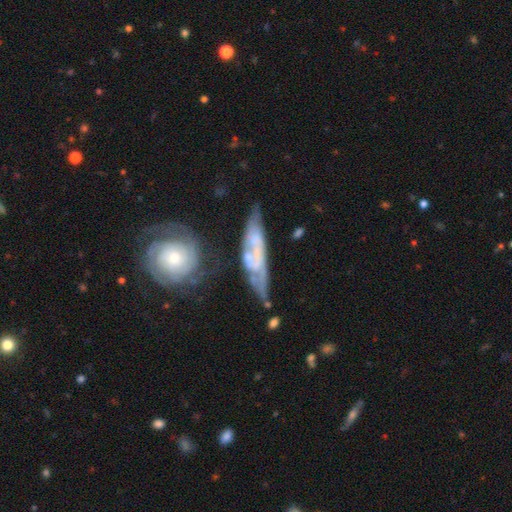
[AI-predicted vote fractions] smooth_or_featured: featured or disk (p=0.70) [alt: smooth p=0.23]
disk_edge_on: no (p=0.73) [alt: yes p=0.27]
bar: no (p=0.64) [alt: weak p=0.26]
has_spiral_arms: yes (p=0.73) [alt: no p=0.27]
bulge_size: small (p=0.51) [alt: none p=0.22]
merging: none (p=0.44) [alt: minor disturbance p=0.22]